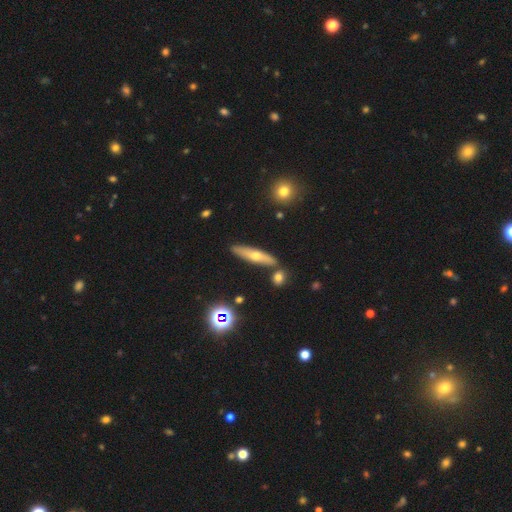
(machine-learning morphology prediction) This is possibly a smooth galaxy (47%). Merging: clearly none (81%).